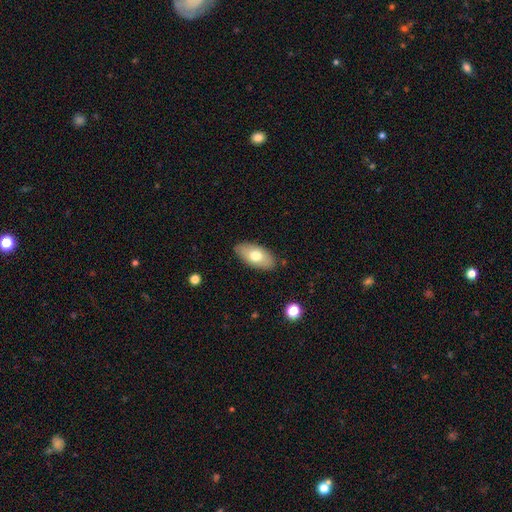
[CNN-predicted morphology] smooth_or_featured: smooth (p=0.69) [alt: featured or disk p=0.25]
how_rounded: in between (p=0.92) [alt: cigar-shaped p=0.05]
merging: none (p=0.85) [alt: minor disturbance p=0.11]